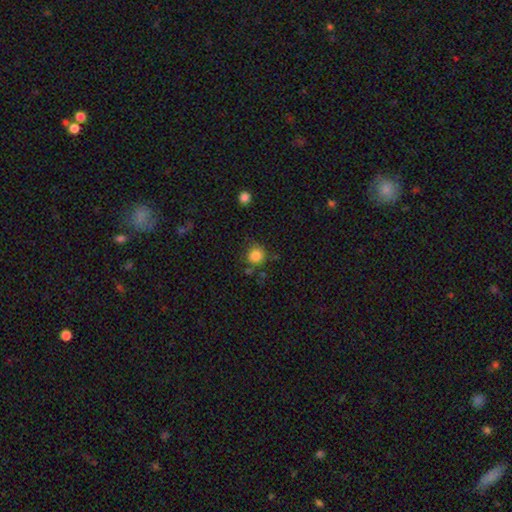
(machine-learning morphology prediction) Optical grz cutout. It shows a smooth galaxy with no disk features (83%) that is round (88%). Merging: none (73%).